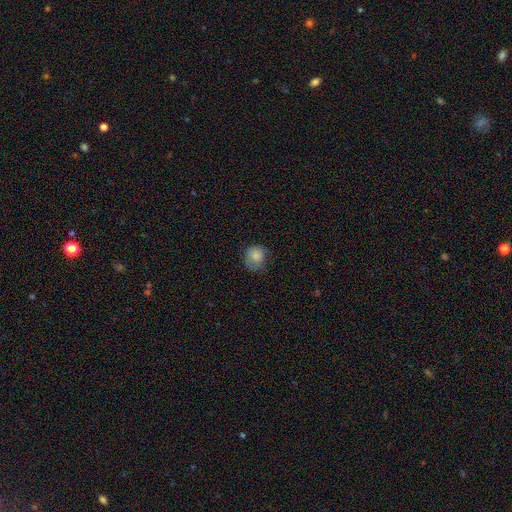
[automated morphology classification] Smooth or featured: smooth — 83% (star or artifact — 9%)
How rounded: round — 83% (in between — 16%)
Merging: none — 65% (minor disturbance — 26%)